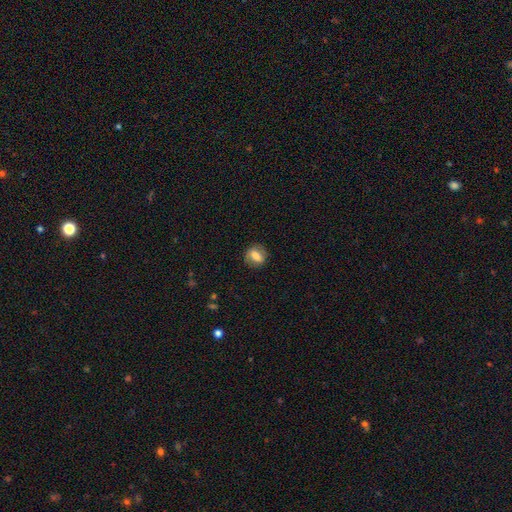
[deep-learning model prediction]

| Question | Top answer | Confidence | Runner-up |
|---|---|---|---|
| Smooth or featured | smooth | 65% | featured or disk (26%) |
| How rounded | in between | 53% | round (42%) |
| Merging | none | 80% | minor disturbance (14%) |